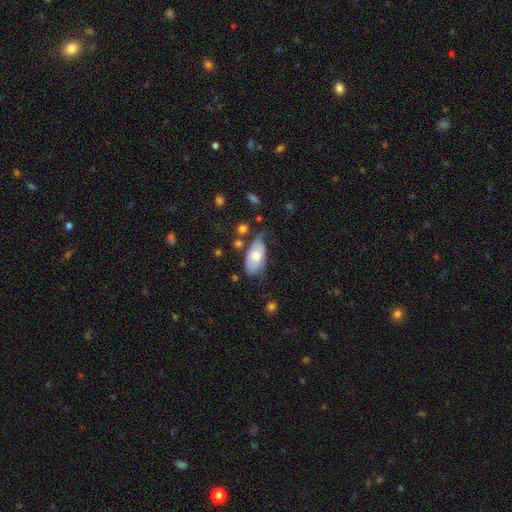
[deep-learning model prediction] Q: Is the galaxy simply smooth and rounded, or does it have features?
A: smooth — 66%.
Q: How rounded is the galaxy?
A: in between — 93%.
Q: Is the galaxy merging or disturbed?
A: none — 49%.